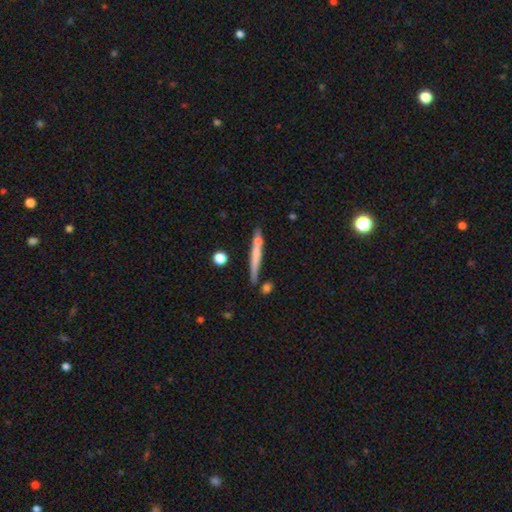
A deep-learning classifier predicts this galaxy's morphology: type=smooth (58%); roundness=cigar-shaped (95%); merging=none (72%).